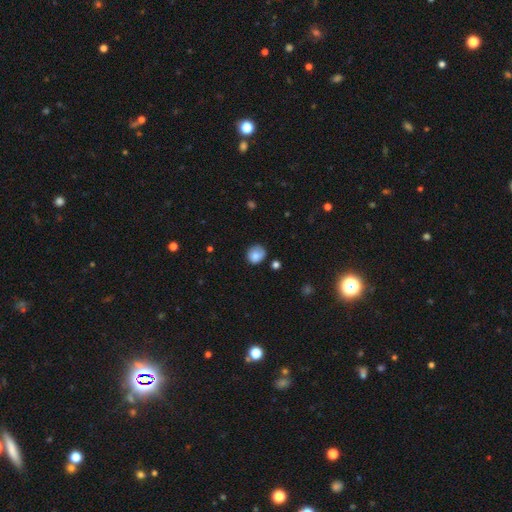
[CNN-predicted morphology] A smooth galaxy with no disk features (80%) that is round (77%).

Vote fractions:
- Smooth or featured? smooth: 80% / featured or disk: 11% / star or artifact: 9%
- How rounded? round: 77% / in between: 22% / cigar-shaped: 1%
- Merging? none: 64% / minor disturbance: 26% / major disturbance: 8% / merger: 3%